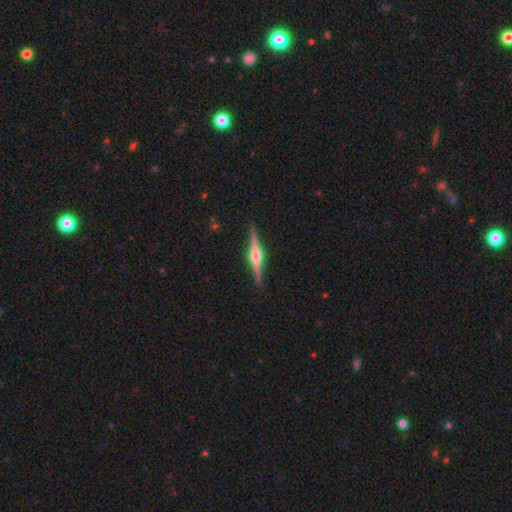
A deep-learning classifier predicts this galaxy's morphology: A featured or disk galaxy (82%) viewed edge-on (98%) with a rounded central bulge (88%). Merging: none (90%).